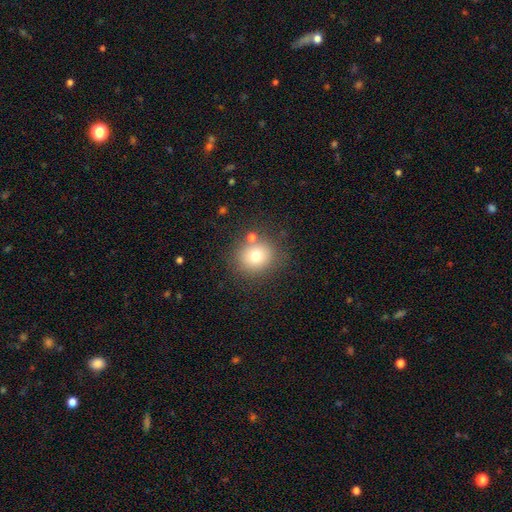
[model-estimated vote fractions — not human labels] Morphology: type=smooth (74%); roundness=round (86%); merging=none (76%).